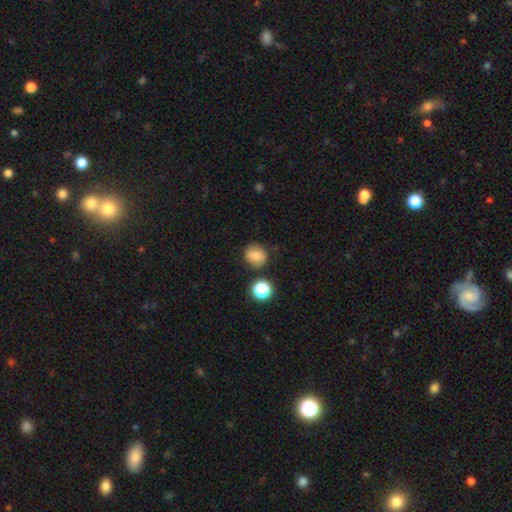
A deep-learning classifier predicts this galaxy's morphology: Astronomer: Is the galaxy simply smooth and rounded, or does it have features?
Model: smooth — 77%.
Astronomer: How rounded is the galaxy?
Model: round — 82%.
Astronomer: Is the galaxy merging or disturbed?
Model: none — 79%.